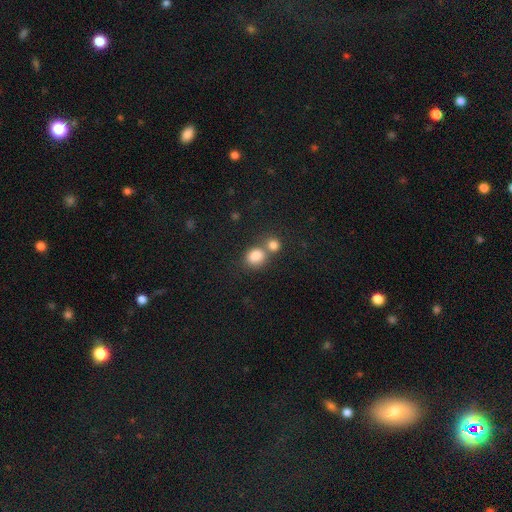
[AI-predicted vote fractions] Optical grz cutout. It shows a smooth galaxy with no disk features (83%) that is round (62%). Merging: merger (44%).